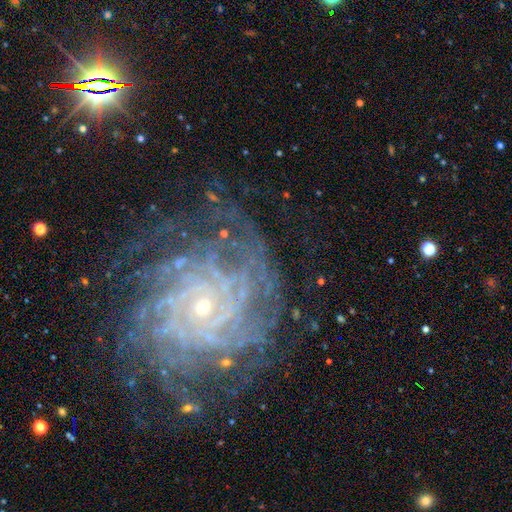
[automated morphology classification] A featured or disk galaxy (86%) with no bar (74%), more than 4 (36%) tight (76%) spiral arms (97%) and a small central bulge (82%). Merging: none (75%).